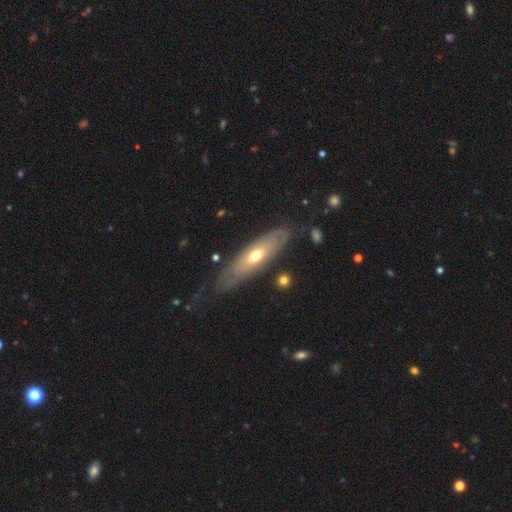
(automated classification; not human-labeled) featured or disk 56%, smooth 38%, star or artifact 6%. Down the decision tree: edge-on disk — no (61%); merging — none (70%).